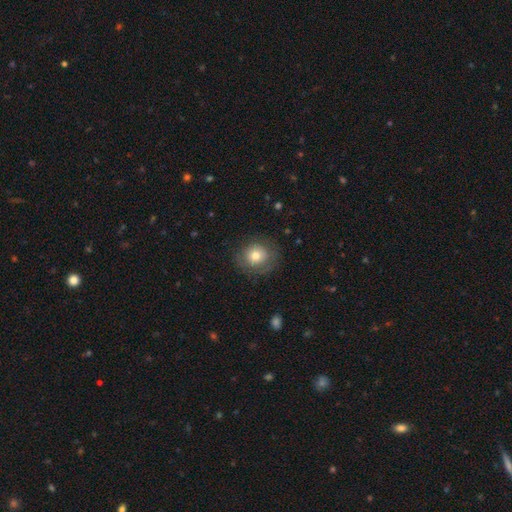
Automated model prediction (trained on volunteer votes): smooth 74%, featured or disk 17%, star or artifact 10%. Down the decision tree: how rounded — round (84%); merging — none (78%).